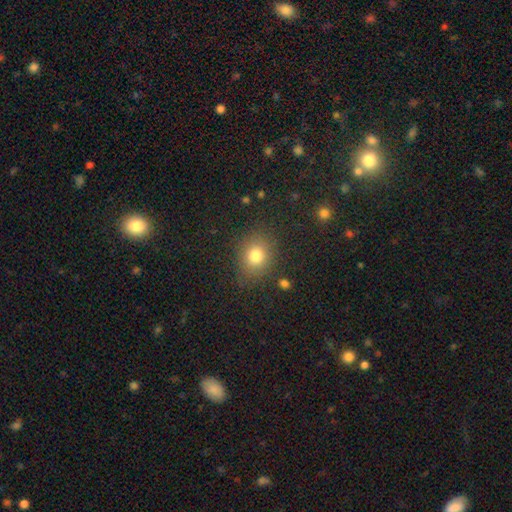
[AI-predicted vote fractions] The model was most divided on "how rounded": round: 61%, in between: 38%, cigar-shaped: 1%. More confident: merging — none (83%); smooth or featured — smooth (79%).